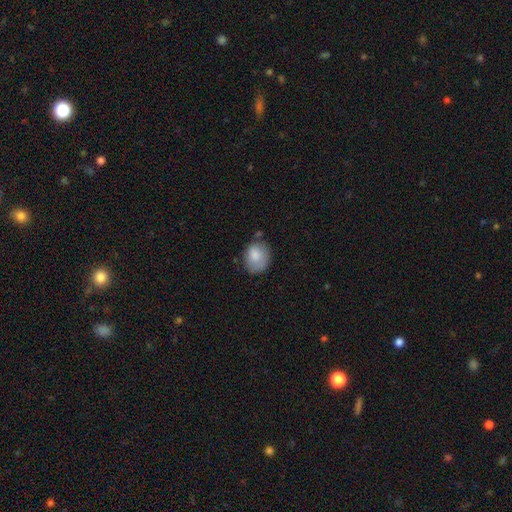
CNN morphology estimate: A smooth galaxy with no disk features (81%) that is in between round and cigar-shaped (50%). Merging: none (59%).